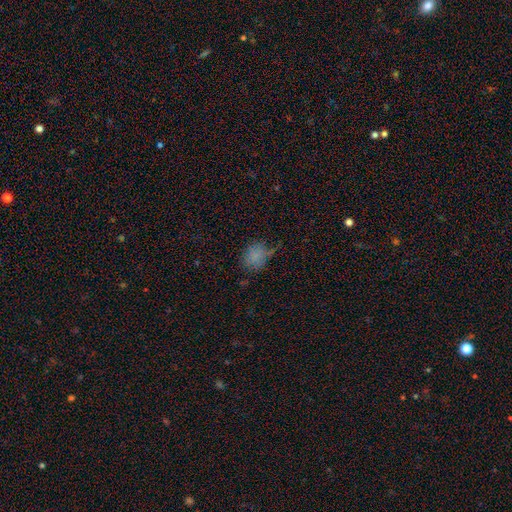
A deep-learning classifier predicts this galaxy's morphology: Smooth or featured: smooth — 74% (star or artifact — 16%)
How rounded: round — 50% (in between — 48%)
Merging: none — 57% (minor disturbance — 28%)